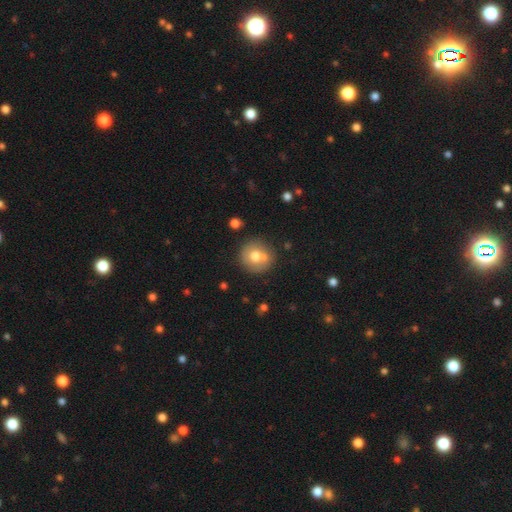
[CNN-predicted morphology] A smooth galaxy with no disk features (69%) that is round (91%).

Vote fractions:
- Smooth or featured? smooth: 69% / featured or disk: 22% / star or artifact: 9%
- How rounded? round: 91% / in between: 8% / cigar-shaped: 1%
- Merging? none: 68% / merger: 14% / minor disturbance: 14% / major disturbance: 4%